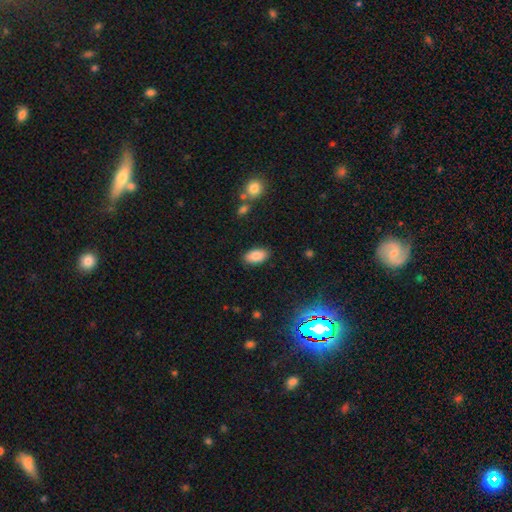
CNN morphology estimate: Smooth or featured: smooth — 83% (featured or disk — 9%)
How rounded: in between — 93% (round — 4%)
Merging: none — 87% (minor disturbance — 10%)